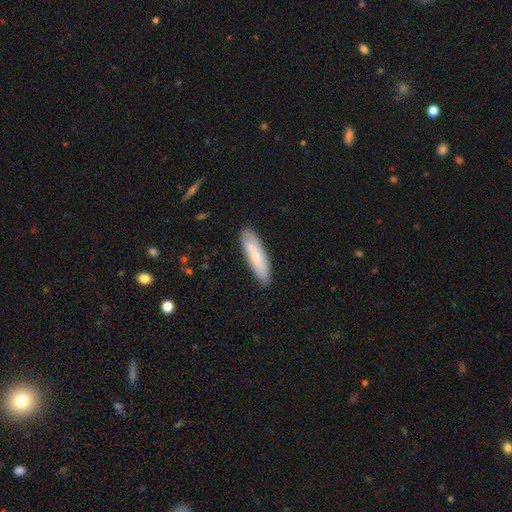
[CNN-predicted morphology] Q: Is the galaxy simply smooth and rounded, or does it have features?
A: smooth — 73%.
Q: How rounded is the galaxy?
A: cigar-shaped — 69%.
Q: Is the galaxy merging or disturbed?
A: none — 85%.